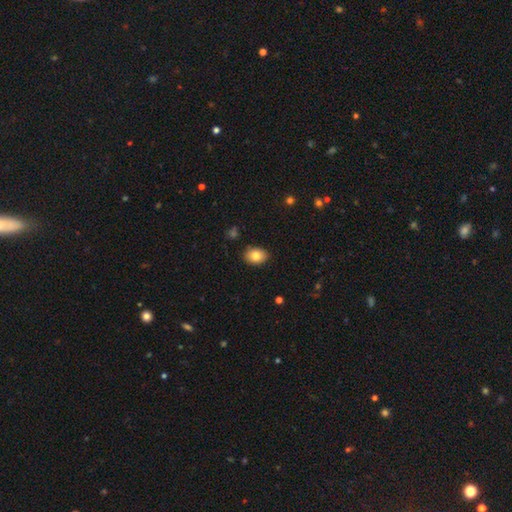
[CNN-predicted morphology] Smooth or featured? smooth (82%)
How rounded? in between (73%)
Merging? none (87%)